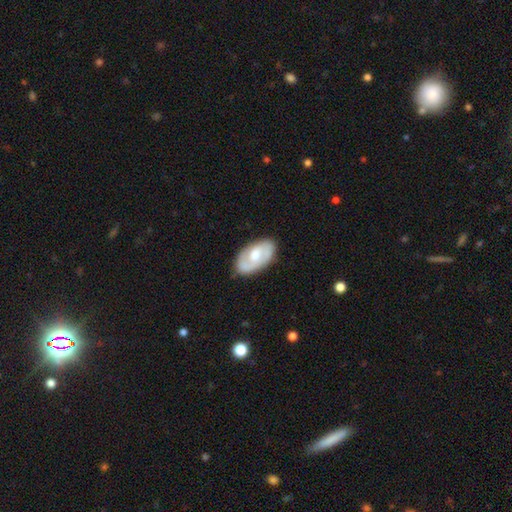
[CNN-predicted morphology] type=featured or disk (56%); edge-on=no (94%); bar=no (61%); spiral arms=yes (69%); bulge=moderate (62%); merging=none (77%).